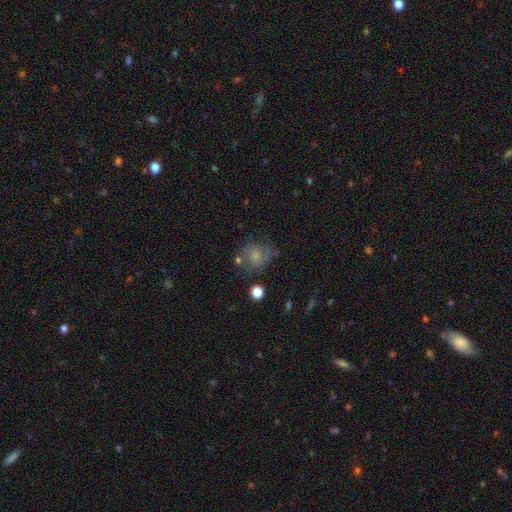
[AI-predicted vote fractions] This appears to be a smooth galaxy with no disk features (65%) that is round (75%). Merging: none (52%).